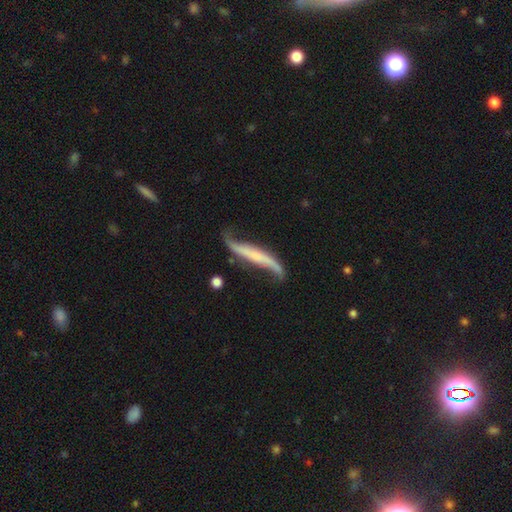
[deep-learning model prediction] smooth-or-featured: featured or disk: 76% | smooth: 18% | star or artifact: 6%
  disk-edge-on: no: 58% | yes: 42%
  merging: none: 57% | minor disturbance: 26% | major disturbance: 12% | merger: 5%